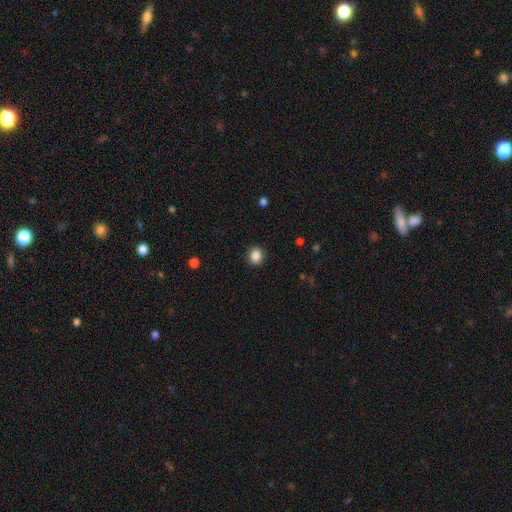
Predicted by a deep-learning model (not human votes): Smooth or featured: smooth — 87% (star or artifact — 10%)
How rounded: round — 62% (in between — 37%)
Merging: none — 90% (minor disturbance — 7%)